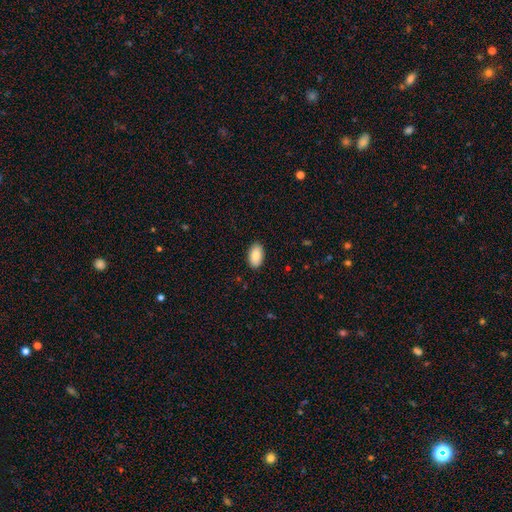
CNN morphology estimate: Smooth or featured? Predicted: smooth (p=0.87). How rounded? Predicted: in between (p=0.95). Merging? Predicted: none (p=0.89).